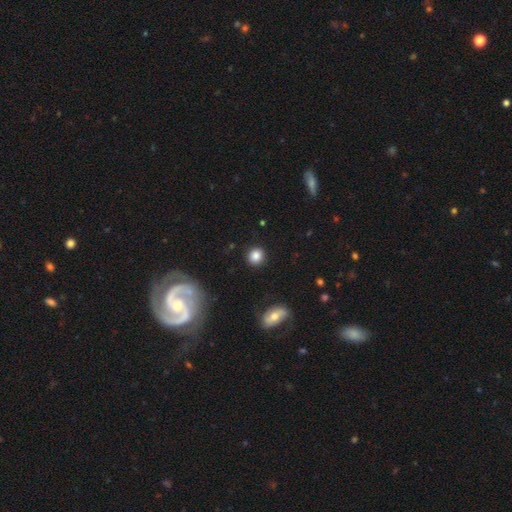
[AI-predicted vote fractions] Smooth or featured: smooth — 84% (star or artifact — 10%)
How rounded: round — 87% (in between — 12%)
Merging: none — 90% (minor disturbance — 7%)